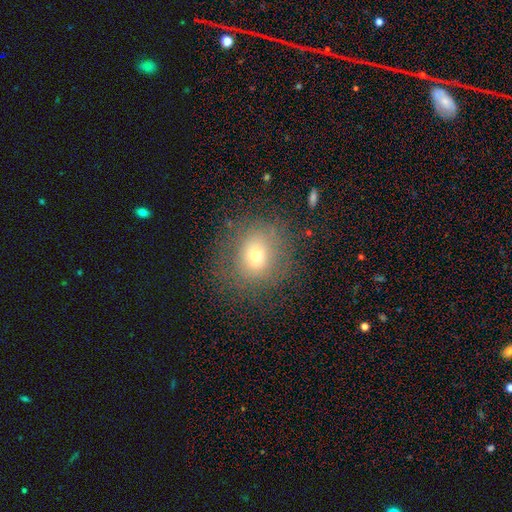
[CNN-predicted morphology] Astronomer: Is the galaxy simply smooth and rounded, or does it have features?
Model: smooth — 64%.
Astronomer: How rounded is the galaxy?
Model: round — 83%.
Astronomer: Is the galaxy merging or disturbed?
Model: none — 77%.